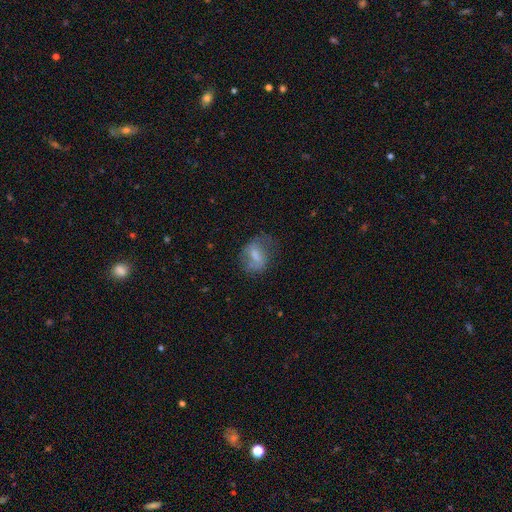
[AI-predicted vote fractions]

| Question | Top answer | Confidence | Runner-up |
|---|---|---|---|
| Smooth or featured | smooth | 56% | featured or disk (35%) |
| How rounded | in between | 68% | round (29%) |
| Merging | none | 46% | minor disturbance (28%) |